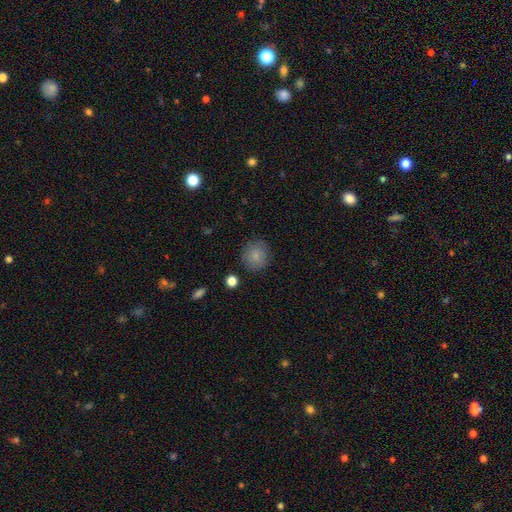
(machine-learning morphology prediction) type=smooth (85%); roundness=round (88%); merging=none (86%).